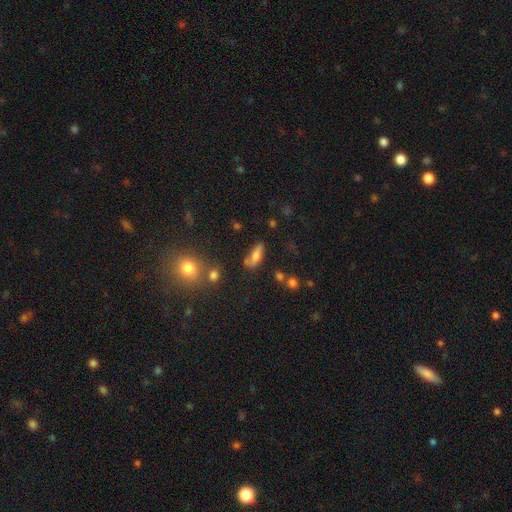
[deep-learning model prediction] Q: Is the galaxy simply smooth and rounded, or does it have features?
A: smooth — 68%.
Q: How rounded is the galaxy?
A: in between — 71%.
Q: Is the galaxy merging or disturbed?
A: none — 60%.